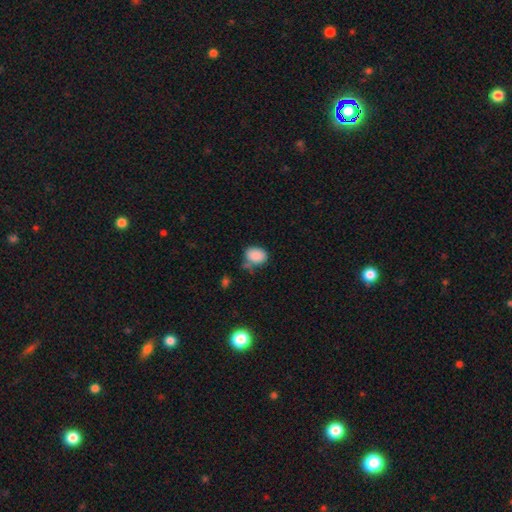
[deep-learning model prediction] smooth_or_featured: smooth (p=0.87) [alt: star or artifact p=0.09]
how_rounded: in between (p=0.69) [alt: round p=0.30]
merging: none (p=0.59) [alt: minor disturbance p=0.25]